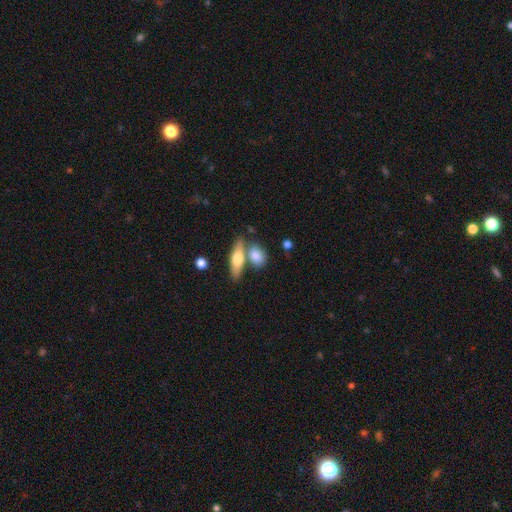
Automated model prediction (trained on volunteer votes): Q: Smooth or featured?
A: smooth (74%); runner-up: featured or disk (20%)
Q: How rounded?
A: in between (67%); runner-up: round (18%)
Q: Merging?
A: none (52%); runner-up: merger (31%)